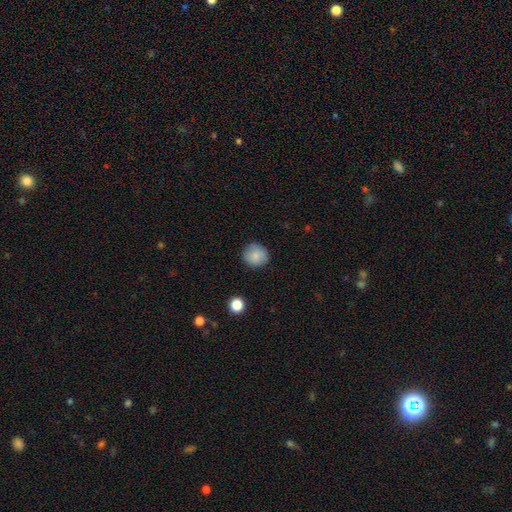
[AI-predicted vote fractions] A smooth galaxy with no disk features (86%) that is round (92%).

Vote fractions:
- Smooth or featured? smooth: 86% / star or artifact: 8% / featured or disk: 6%
- How rounded? round: 92% / in between: 7% / cigar-shaped: 1%
- Merging? none: 86% / minor disturbance: 10% / major disturbance: 2% / merger: 1%